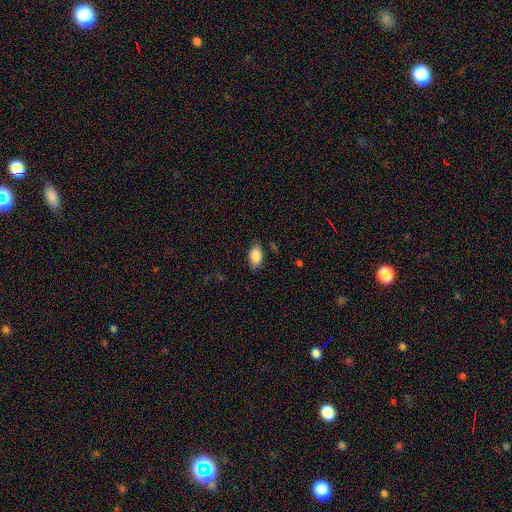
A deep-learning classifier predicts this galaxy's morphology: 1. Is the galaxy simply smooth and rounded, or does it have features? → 87% smooth, 7% star or artifact, 6% featured or disk.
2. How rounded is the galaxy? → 92% in between, 5% round, 3% cigar-shaped.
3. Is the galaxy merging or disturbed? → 82% none, 13% minor disturbance, 3% major disturbance, 1% merger.